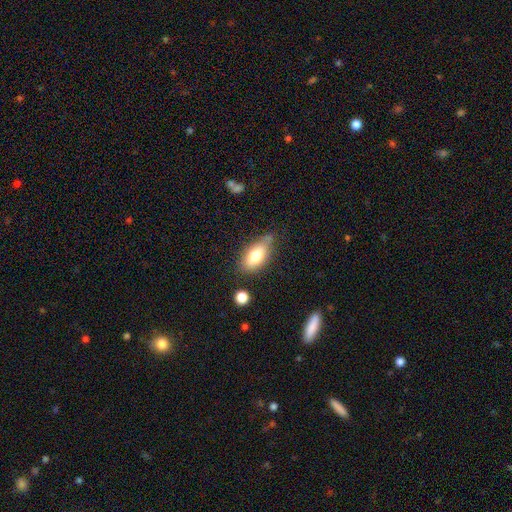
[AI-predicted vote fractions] Morphology: type=smooth (75%); roundness=in between (85%); merging=none (64%).